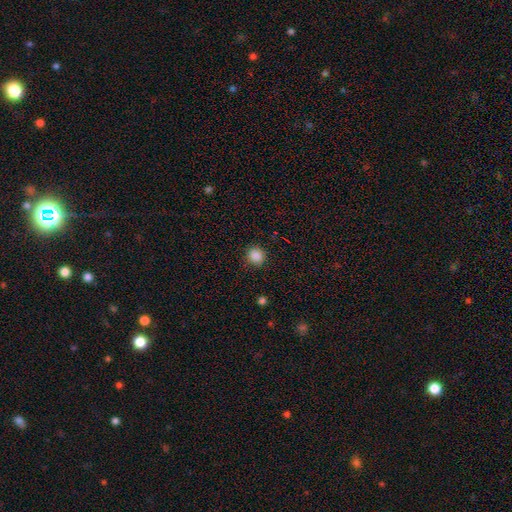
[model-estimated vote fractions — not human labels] A smooth galaxy with no disk features (87%) that is round (87%). Merging: none (89%).